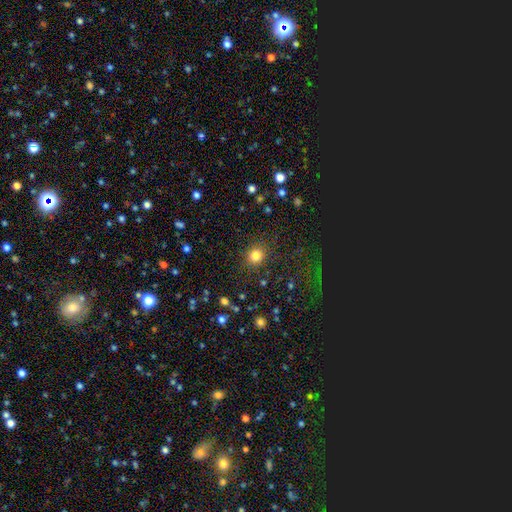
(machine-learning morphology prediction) Smooth or featured? Predicted: smooth (p=0.81). How rounded? Predicted: round (p=0.80). Merging? Predicted: none (p=0.86).